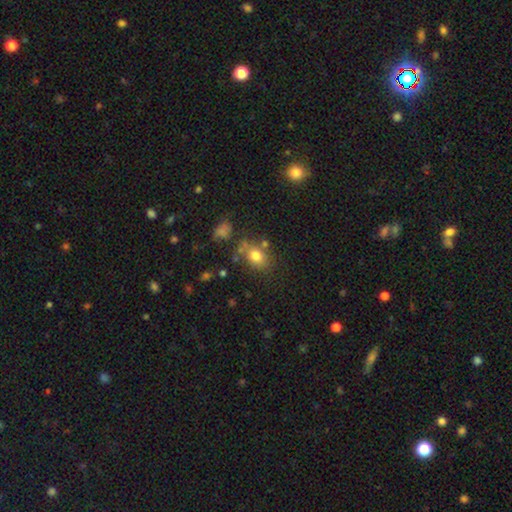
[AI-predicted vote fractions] Q: Smooth or featured?
A: smooth (77%); runner-up: star or artifact (12%)
Q: How rounded?
A: in between (54%); runner-up: round (44%)
Q: Merging?
A: none (64%); runner-up: minor disturbance (18%)